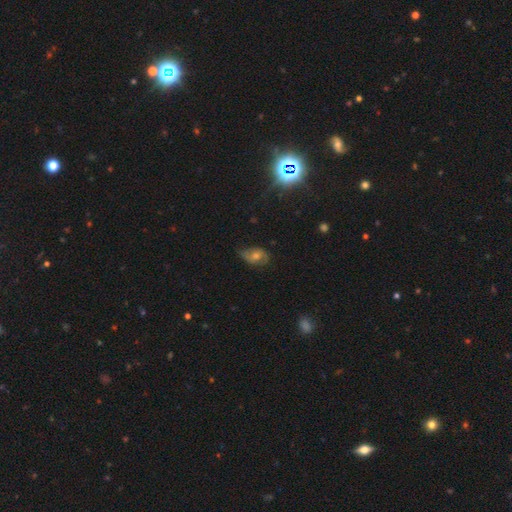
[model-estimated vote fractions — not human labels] Q: Smooth or featured?
A: featured or disk (57%); runner-up: smooth (25%)
Q: Edge-on disk?
A: no (95%); runner-up: yes (5%)
Q: Bar?
A: no (61%); runner-up: weak (31%)
Q: Spiral arms?
A: yes (85%); runner-up: no (15%)
Q: Bulge size?
A: moderate (65%); runner-up: small (22%)
Q: Merging?
A: none (67%); runner-up: minor disturbance (23%)